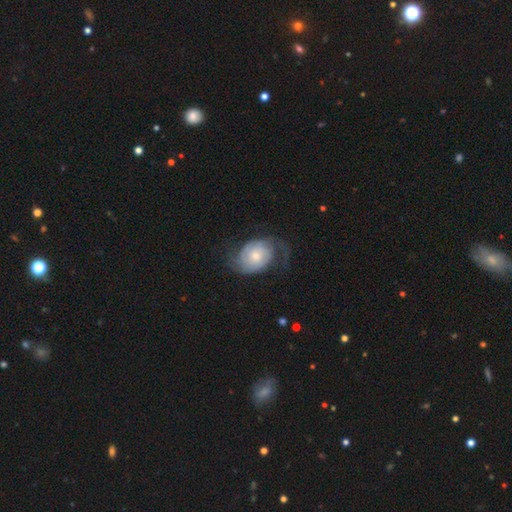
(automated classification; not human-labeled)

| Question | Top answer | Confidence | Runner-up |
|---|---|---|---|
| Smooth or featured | featured or disk | 61% | smooth (33%) |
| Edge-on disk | no | 96% | yes (4%) |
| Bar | no | 77% | weak (20%) |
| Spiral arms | yes | 83% | no (17%) |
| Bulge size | small | 49% | moderate (42%) |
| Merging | none | 44% | major disturbance (30%) |